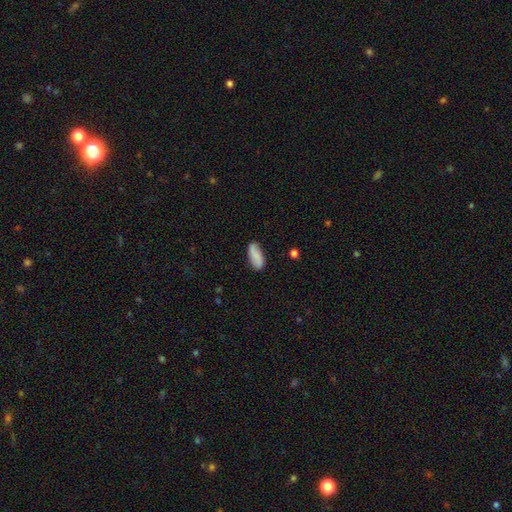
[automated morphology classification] This appears to be a smooth galaxy with no disk features (82%) that is in between round and cigar-shaped (79%). Merging: none (78%).